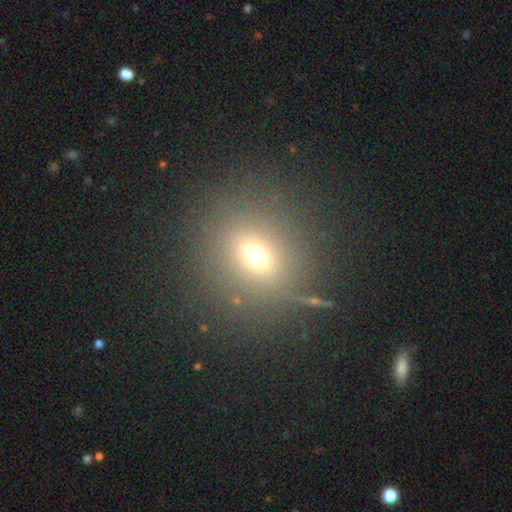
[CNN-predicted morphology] smooth_or_featured: smooth (p=0.66) [alt: star or artifact p=0.22]
how_rounded: round (p=0.71) [alt: in between p=0.28]
merging: none (p=0.82) [alt: minor disturbance p=0.08]